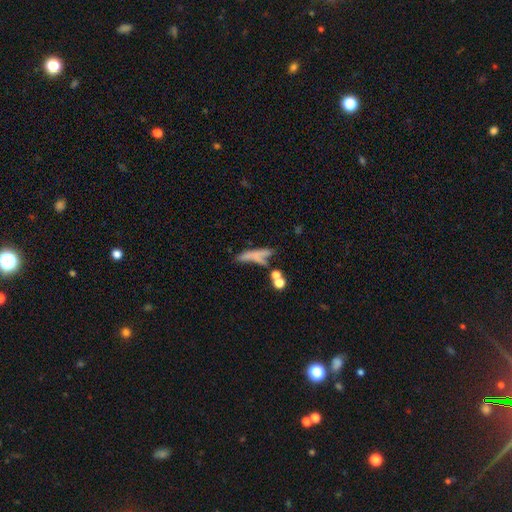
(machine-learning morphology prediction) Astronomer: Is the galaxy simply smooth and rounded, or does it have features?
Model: smooth — 54% (runner-up: featured or disk, 31%).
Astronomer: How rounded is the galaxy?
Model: cigar-shaped — 74%.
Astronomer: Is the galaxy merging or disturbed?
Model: none — 36% (runner-up: merger, 23%).